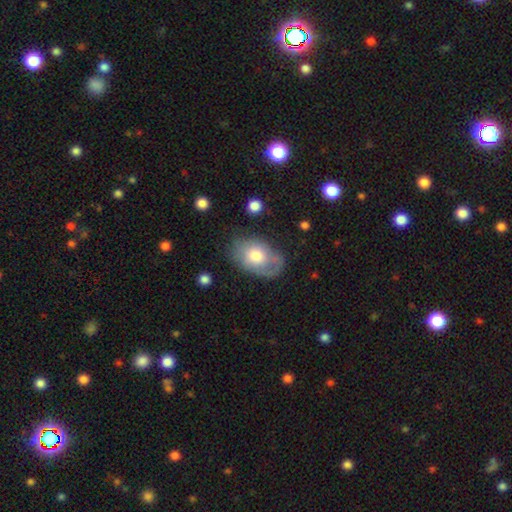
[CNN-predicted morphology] smooth-or-featured: smooth: 62% | featured or disk: 32% | star or artifact: 7%
  how-rounded: in between: 85% | round: 14% | cigar-shaped: 1%
  merging: none: 55% | minor disturbance: 28% | major disturbance: 14% | merger: 3%